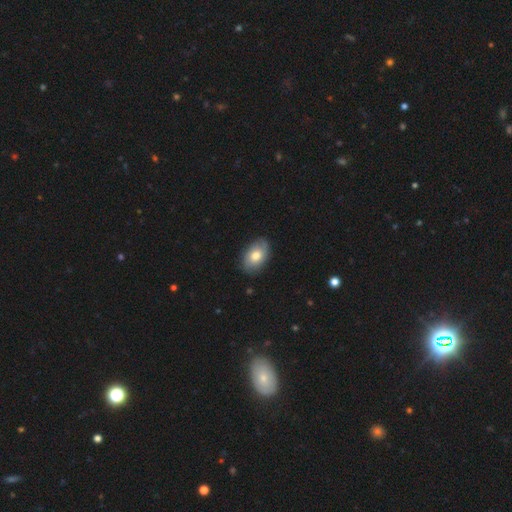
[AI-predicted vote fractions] The model was most divided on "smooth or featured": smooth: 67%, featured or disk: 26%, star or artifact: 7%. More confident: how rounded — in between (88%); merging — none (82%).